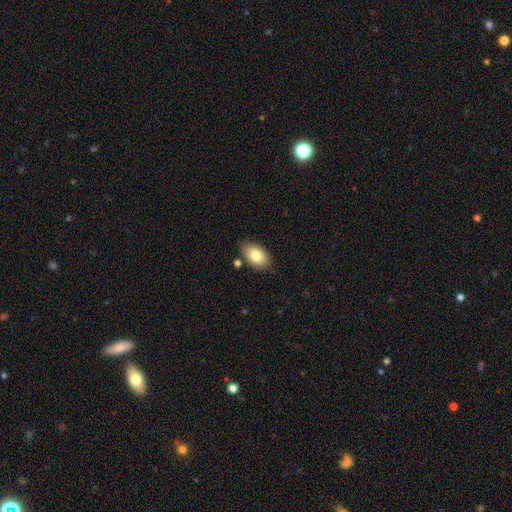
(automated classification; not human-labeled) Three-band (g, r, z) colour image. It shows a smooth galaxy with no disk features (81%) that is in between round and cigar-shaped (92%). Merging: none (81%).